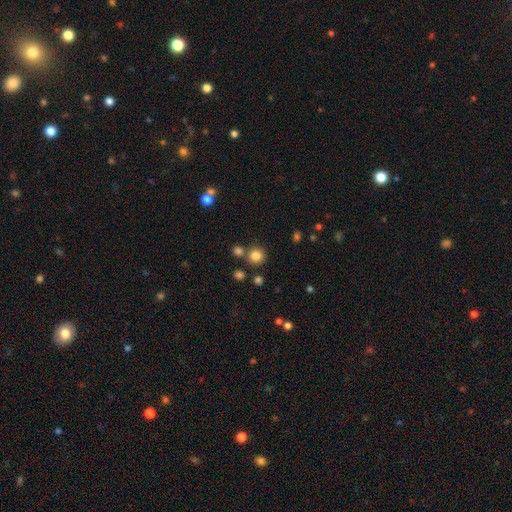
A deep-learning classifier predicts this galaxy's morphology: A smooth galaxy with no disk features (80%) that is round (93%). Merging: none (78%).